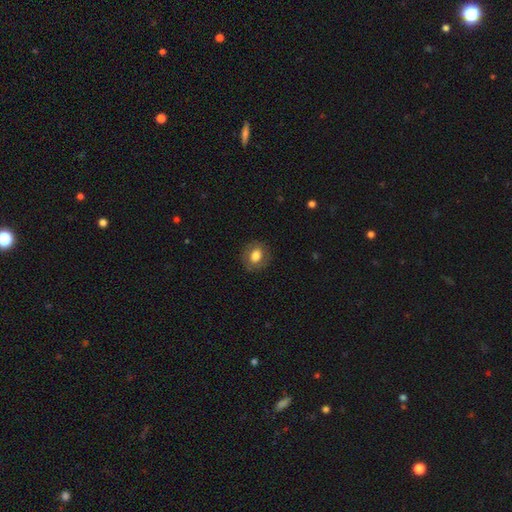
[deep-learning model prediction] Smooth or featured? smooth (74%)
How rounded? round (64%)
Merging? none (85%)